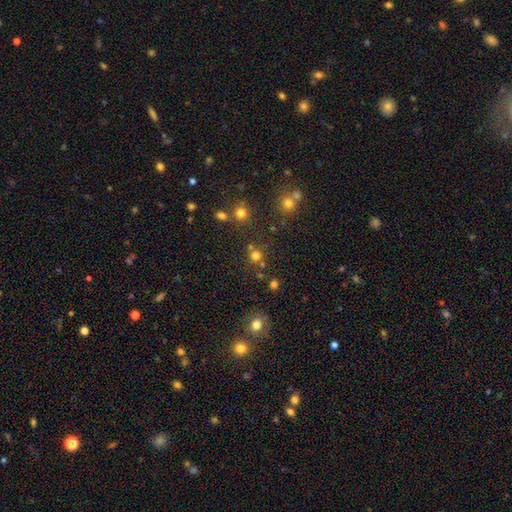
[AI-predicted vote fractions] This is likely a smooth galaxy (71%). How rounded: clearly round (91%). Merging: likely none (71%).